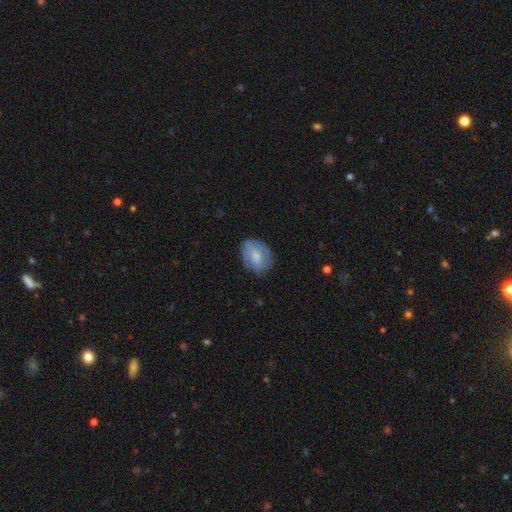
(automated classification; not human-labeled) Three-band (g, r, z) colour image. It shows a smooth galaxy with no disk features (58%) that is in between round and cigar-shaped (66%). Merging: none (67%).